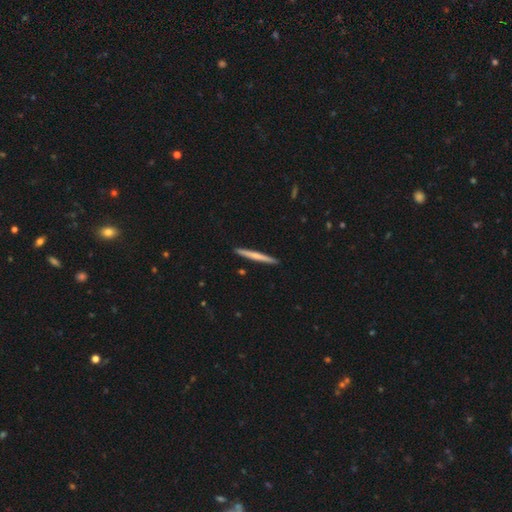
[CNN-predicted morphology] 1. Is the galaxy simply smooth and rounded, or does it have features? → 56% smooth, 39% featured or disk, 5% star or artifact.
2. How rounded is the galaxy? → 97% cigar-shaped, 2% in between, 1% round.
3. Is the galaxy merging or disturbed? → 92% none, 5% minor disturbance, 1% merger, 1% major disturbance.